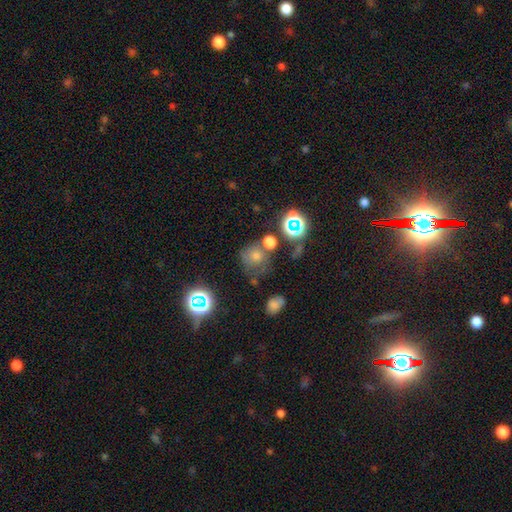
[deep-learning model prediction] A smooth galaxy with no disk features (55%) that is round (83%). Merging: none (56%).